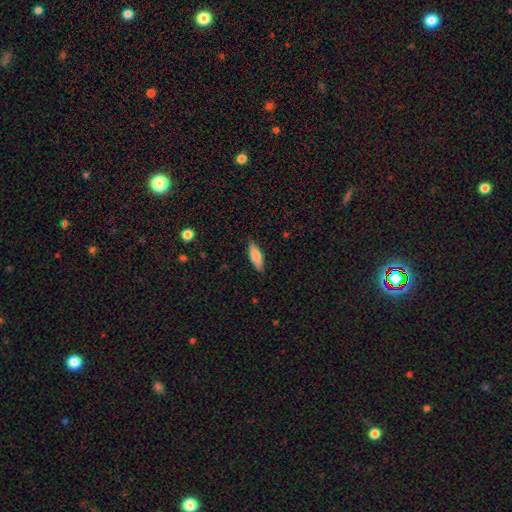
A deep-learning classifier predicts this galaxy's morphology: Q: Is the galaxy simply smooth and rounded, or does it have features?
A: smooth — 79%.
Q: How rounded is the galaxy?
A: in between — 60%.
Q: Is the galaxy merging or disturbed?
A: none — 87%.